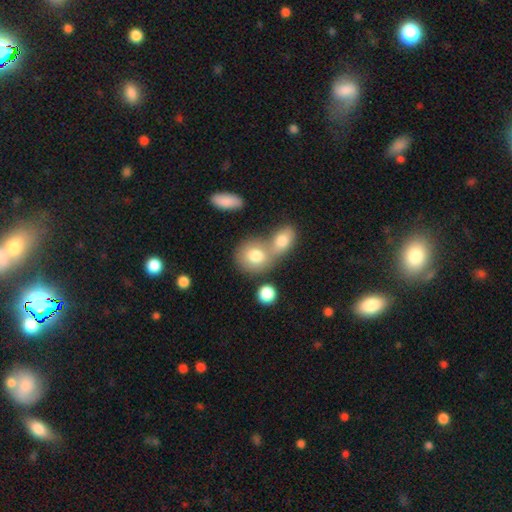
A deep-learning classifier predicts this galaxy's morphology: type=smooth (77%); roundness=round (64%); merging=merger (54%).